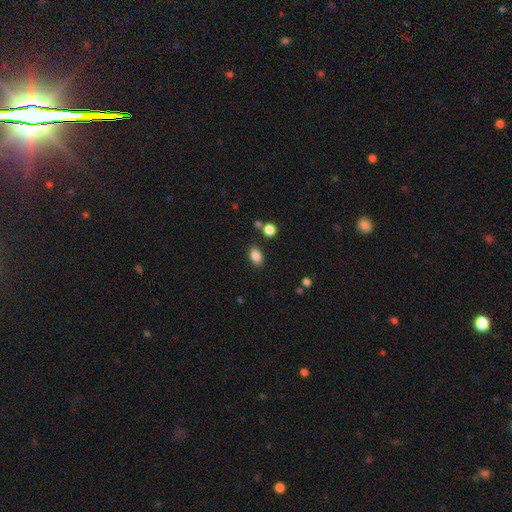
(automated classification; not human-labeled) Smooth or featured? Predicted: smooth (p=0.85). How rounded? Predicted: in between (p=0.83). Merging? Predicted: none (p=0.82).